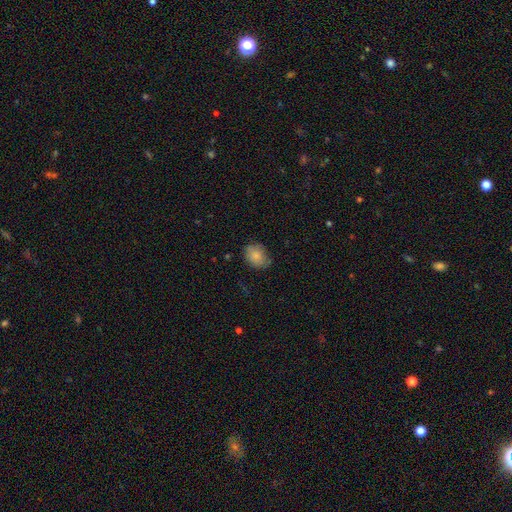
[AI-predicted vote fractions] Smooth or featured?
  - smooth: 83% *
  - featured or disk: 9%
  - star or artifact: 8%
How rounded?
  - in between: 62% *
  - round: 37%
  - cigar-shaped: 1%
Merging?
  - none: 66% *
  - minor disturbance: 27%
  - major disturbance: 6%
  - merger: 1%